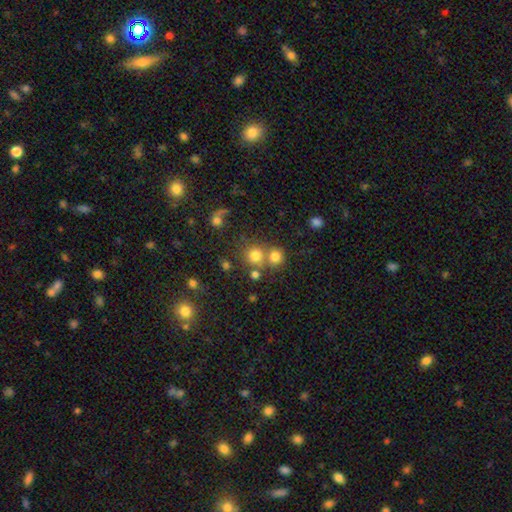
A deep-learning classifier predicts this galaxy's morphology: smooth 76%, star or artifact 15%, featured or disk 9%. Down the decision tree: how rounded — round (88%); merging — none (58%).